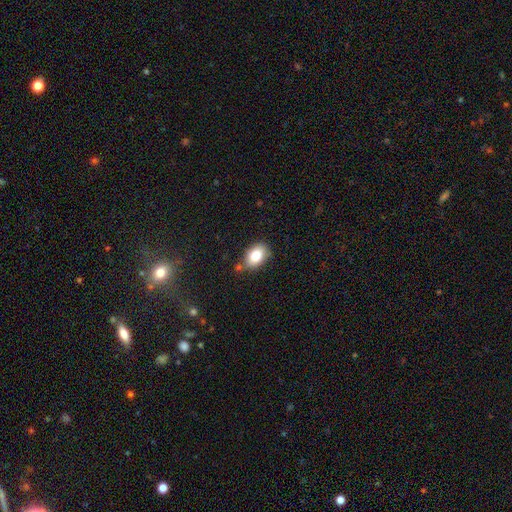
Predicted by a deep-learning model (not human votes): Q: Smooth or featured?
A: smooth (82%); runner-up: featured or disk (10%)
Q: How rounded?
A: in between (85%); runner-up: round (14%)
Q: Merging?
A: none (77%); runner-up: minor disturbance (15%)